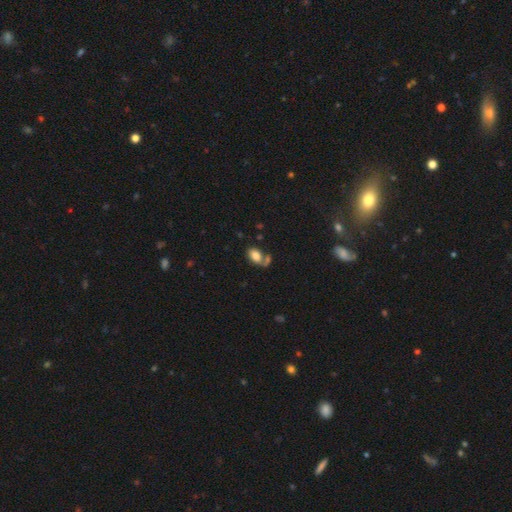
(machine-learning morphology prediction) Smooth or featured: smooth — 80% (featured or disk — 11%)
How rounded: in between — 89% (round — 10%)
Merging: none — 47% (merger — 31%)